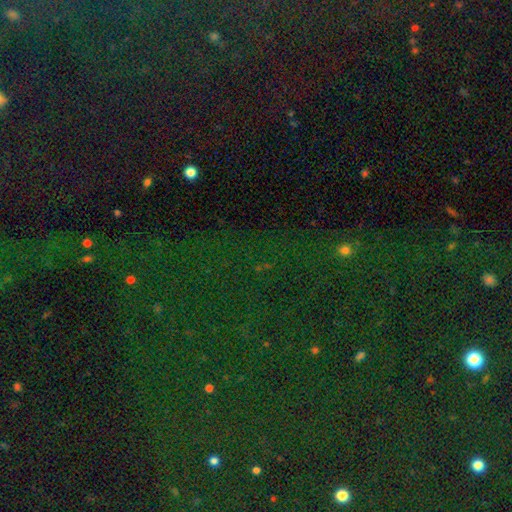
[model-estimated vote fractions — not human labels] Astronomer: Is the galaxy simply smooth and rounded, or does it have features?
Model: star or artifact — 82%.